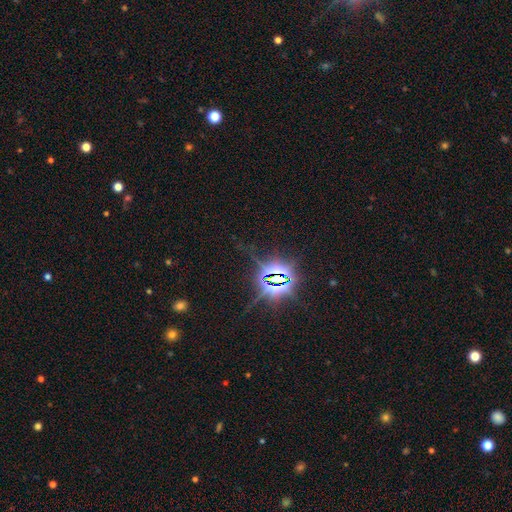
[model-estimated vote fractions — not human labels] star or artifact 85%, smooth 8%, featured or disk 7%.